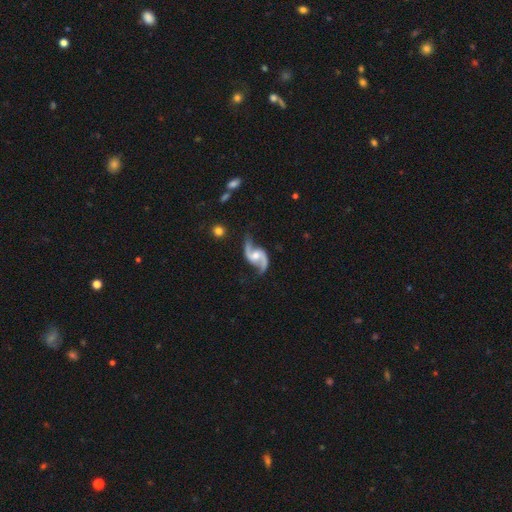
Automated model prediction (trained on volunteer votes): Smooth or featured? Predicted: featured or disk (p=0.92). Edge-on disk? Predicted: no (p=0.98). Bar? Predicted: no (p=0.44). Spiral arms? Predicted: yes (p=0.98). Spiral winding? Predicted: loose (p=0.67). Spiral arm count? Predicted: 2 (p=0.94). Bulge size? Predicted: moderate (p=0.54). Merging? Predicted: none (p=0.76).